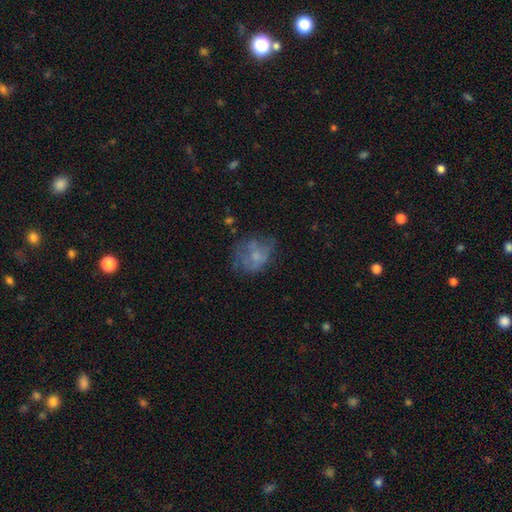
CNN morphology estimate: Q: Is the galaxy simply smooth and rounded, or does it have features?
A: smooth — 47%.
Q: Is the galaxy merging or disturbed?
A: none — 47%.